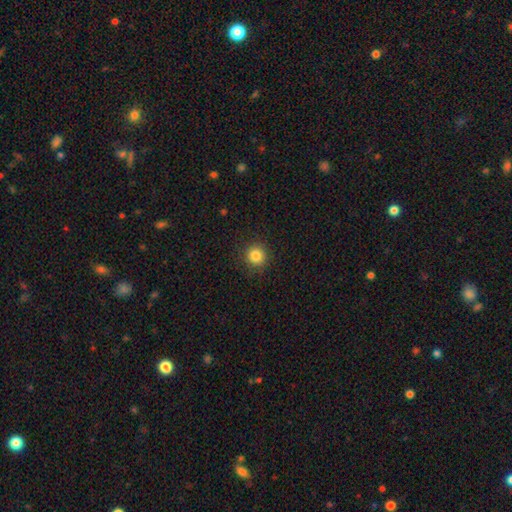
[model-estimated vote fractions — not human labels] Q: Smooth or featured?
A: smooth (84%); runner-up: star or artifact (11%)
Q: How rounded?
A: round (94%); runner-up: in between (5%)
Q: Merging?
A: none (91%); runner-up: minor disturbance (6%)